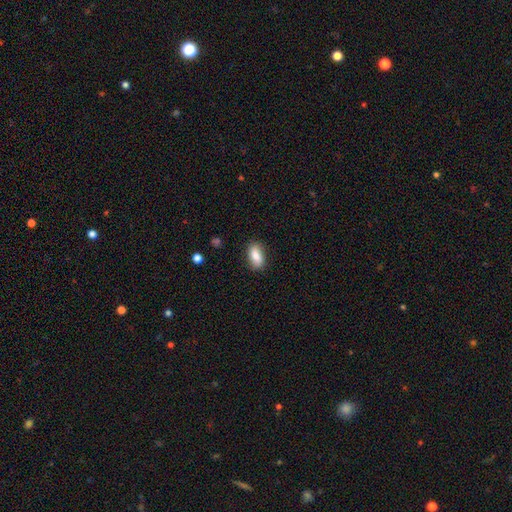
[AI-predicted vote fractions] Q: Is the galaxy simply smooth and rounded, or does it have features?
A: smooth — 80%.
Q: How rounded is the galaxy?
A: in between — 88%.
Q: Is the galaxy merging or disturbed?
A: none — 84%.